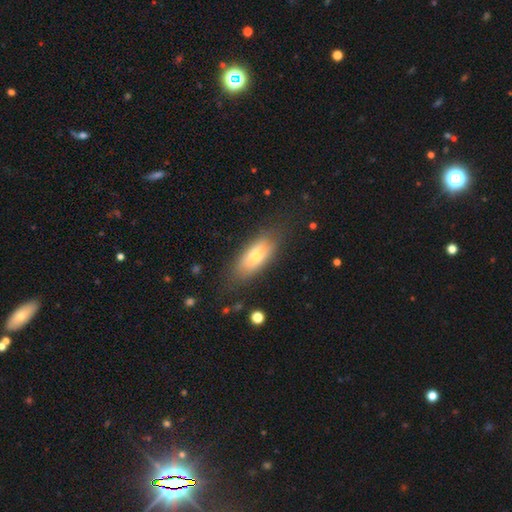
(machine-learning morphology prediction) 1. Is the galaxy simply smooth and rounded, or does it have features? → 68% smooth, 24% featured or disk, 8% star or artifact.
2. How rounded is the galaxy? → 75% in between, 21% cigar-shaped, 4% round.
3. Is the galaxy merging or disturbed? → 78% none, 15% minor disturbance, 5% major disturbance, 2% merger.